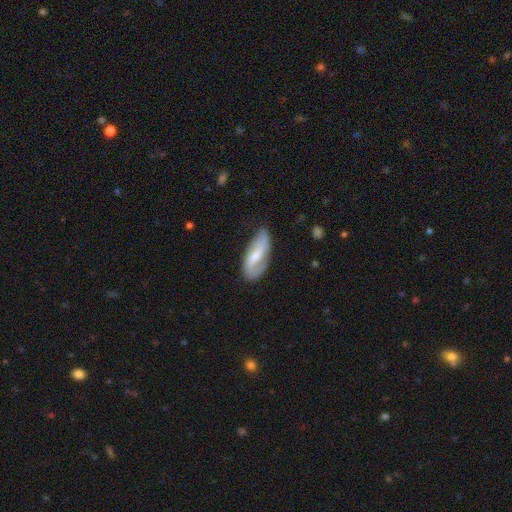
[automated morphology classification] The model was most divided on "bulge size": moderate: 48%, small: 42%, none: 5%, large: 4%, dominant: 1%. Remaining: edge-on disk — no (89%); spiral arms — yes (83%); smooth or featured — featured or disk (62%); merging — none (58%); bar — weak (43%).